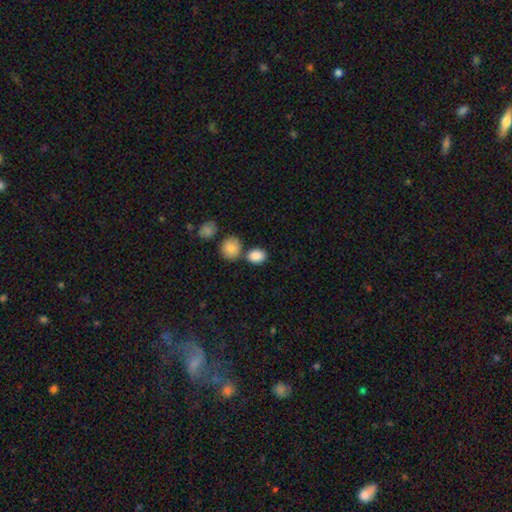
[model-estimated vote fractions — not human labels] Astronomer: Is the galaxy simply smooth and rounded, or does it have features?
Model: smooth — 88%.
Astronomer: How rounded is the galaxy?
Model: in between — 60% (runner-up: round, 39%).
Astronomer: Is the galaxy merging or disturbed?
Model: none — 65%.